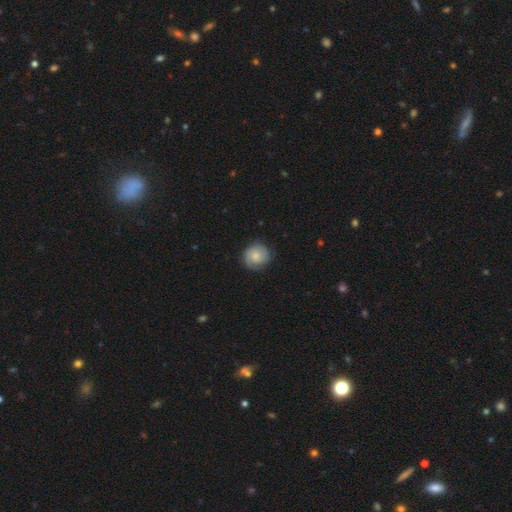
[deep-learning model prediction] Smooth or featured? smooth (61%)
How rounded? round (88%)
Merging? none (80%)